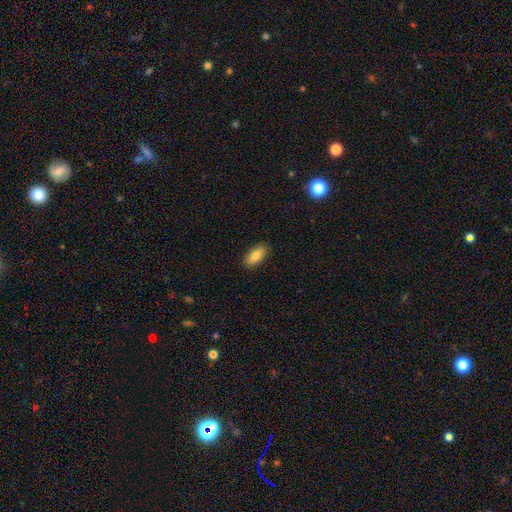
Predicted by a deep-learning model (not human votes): Q: Smooth or featured?
A: smooth (80%); runner-up: featured or disk (13%)
Q: How rounded?
A: in between (88%); runner-up: cigar-shaped (9%)
Q: Merging?
A: none (88%); runner-up: minor disturbance (9%)